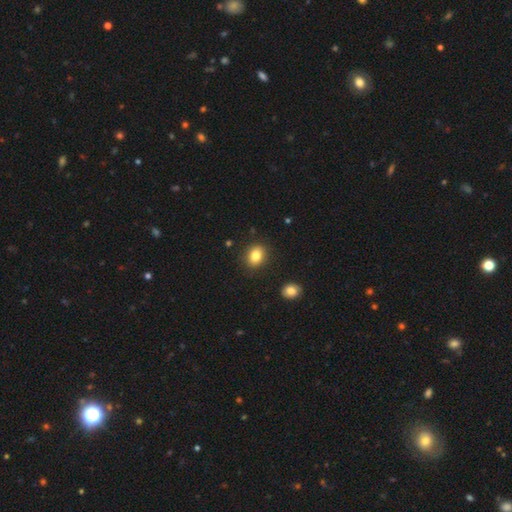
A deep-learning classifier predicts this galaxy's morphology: smooth_or_featured: smooth (p=0.83) [alt: star or artifact p=0.10]
how_rounded: round (p=0.50) [alt: in between p=0.49]
merging: none (p=0.88) [alt: minor disturbance p=0.08]